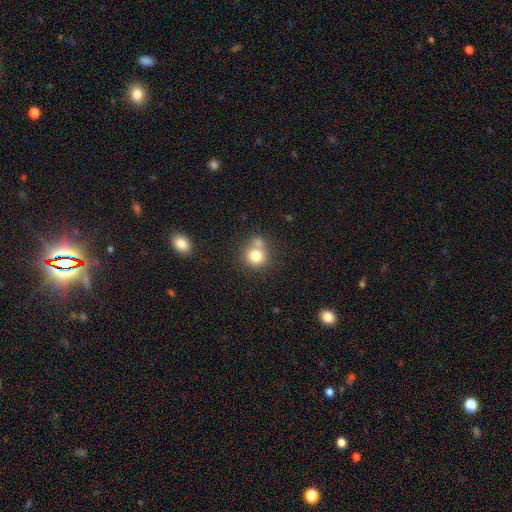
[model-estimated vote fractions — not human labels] smooth-or-featured: smooth: 78% | star or artifact: 11% | featured or disk: 11%
  how-rounded: round: 86% | in between: 13% | cigar-shaped: 1%
  merging: none: 53% | merger: 33% | minor disturbance: 10% | major disturbance: 4%